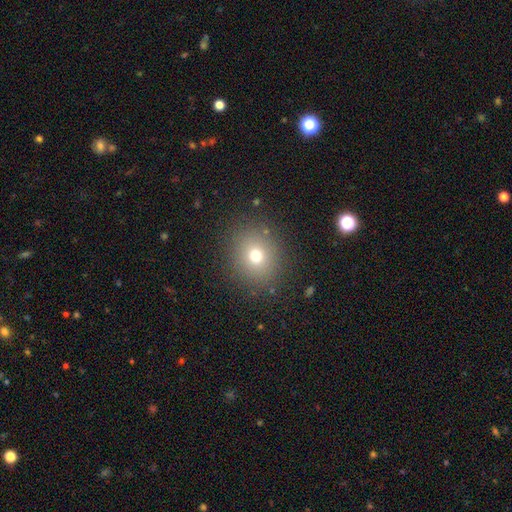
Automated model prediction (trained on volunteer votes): Smooth or featured? Predicted: smooth (p=0.70). How rounded? Predicted: round (p=0.78). Merging? Predicted: none (p=0.87).